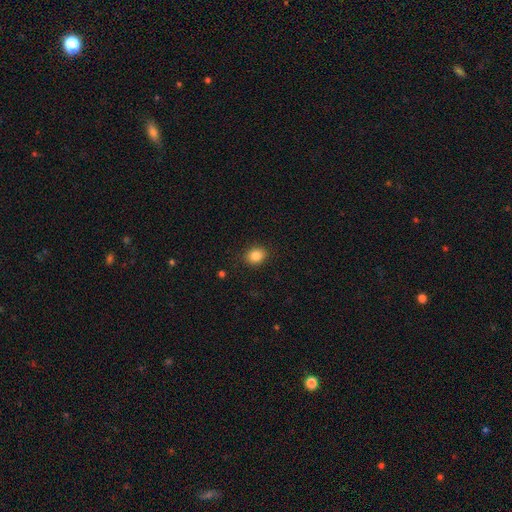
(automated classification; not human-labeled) Smooth or featured: smooth — 85% (star or artifact — 10%)
How rounded: round — 57% (in between — 42%)
Merging: none — 89% (minor disturbance — 8%)